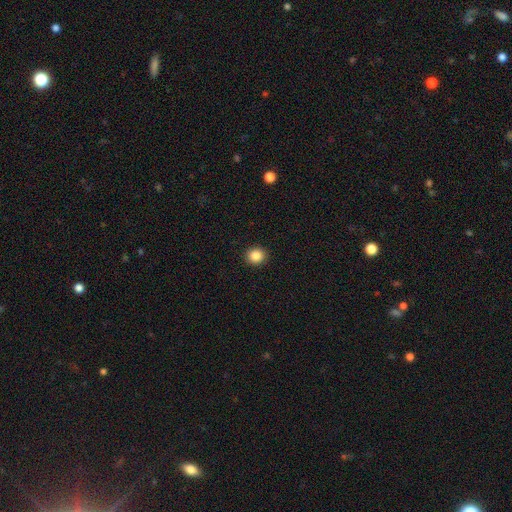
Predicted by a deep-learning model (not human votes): smooth_or_featured: smooth (p=0.87) [alt: star or artifact p=0.10]
how_rounded: round (p=0.85) [alt: in between p=0.14]
merging: none (p=0.92) [alt: minor disturbance p=0.05]